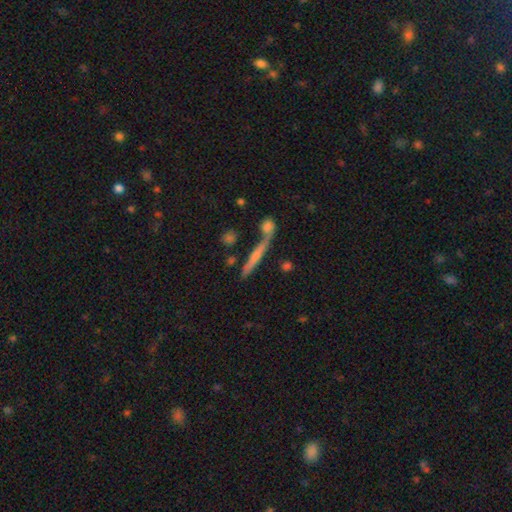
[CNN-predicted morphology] This is possibly a featured or disk galaxy (53%). It is clearly viewed edge-on (93%). Merging: likely none (66%).